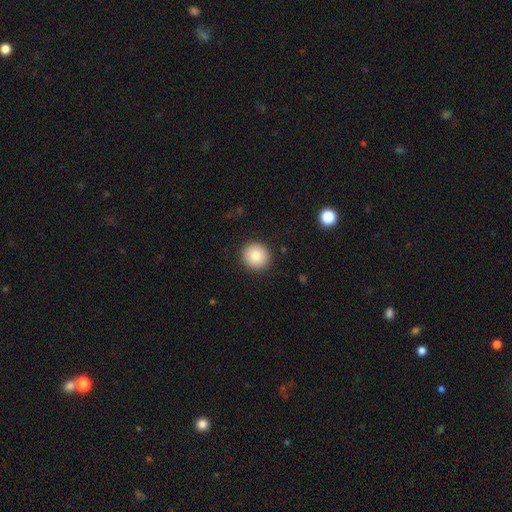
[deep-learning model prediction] A smooth galaxy with no disk features (85%) that is round (92%). Merging: none (91%).